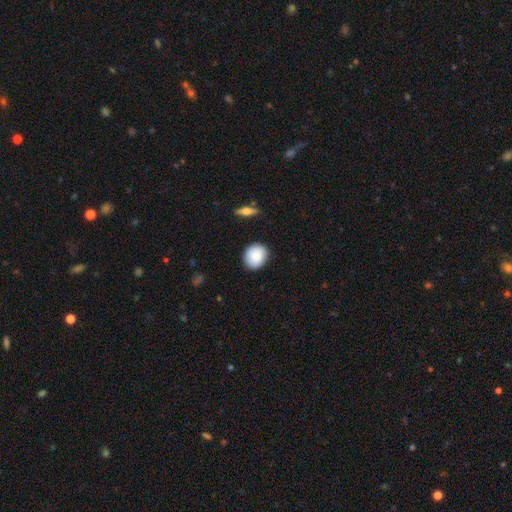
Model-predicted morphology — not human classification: Smooth or featured: smooth — 85% (featured or disk — 8%)
How rounded: round — 74% (in between — 25%)
Merging: none — 87% (minor disturbance — 10%)